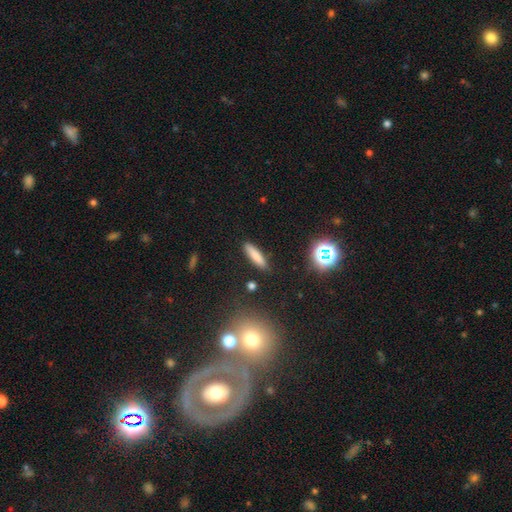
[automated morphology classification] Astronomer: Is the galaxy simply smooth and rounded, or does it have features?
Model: smooth — 79%.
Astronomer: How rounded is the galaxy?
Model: cigar-shaped — 79%.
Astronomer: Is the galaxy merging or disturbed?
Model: none — 88%.